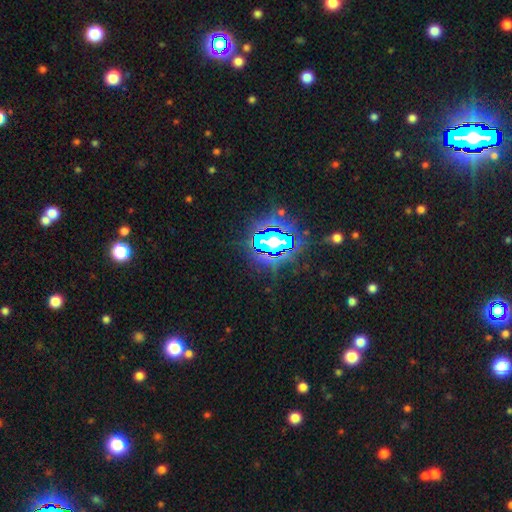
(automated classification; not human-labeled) This appears to be a star or artifact, not a galaxy (84%).